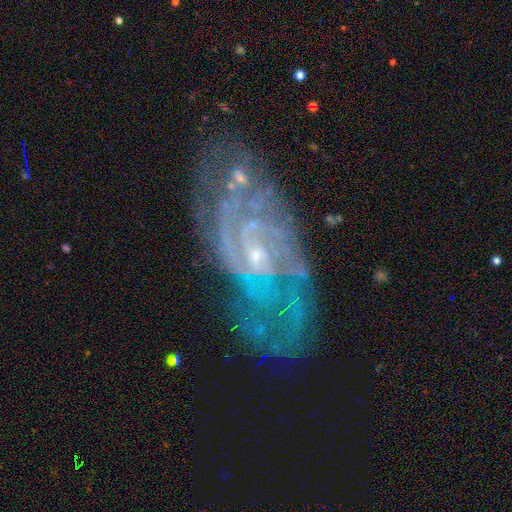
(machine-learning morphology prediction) Q: Smooth or featured?
A: featured or disk (86%); runner-up: star or artifact (8%)
Q: Edge-on disk?
A: no (95%); runner-up: yes (5%)
Q: Bar?
A: no (50%); runner-up: weak (41%)
Q: Spiral arms?
A: yes (96%); runner-up: no (4%)
Q: Spiral winding?
A: tight (53%); runner-up: medium (38%)
Q: Spiral arm count?
A: 2 (33%); runner-up: can't tell (26%)
Q: Bulge size?
A: small (74%); runner-up: moderate (19%)
Q: Merging?
A: none (72%); runner-up: minor disturbance (17%)